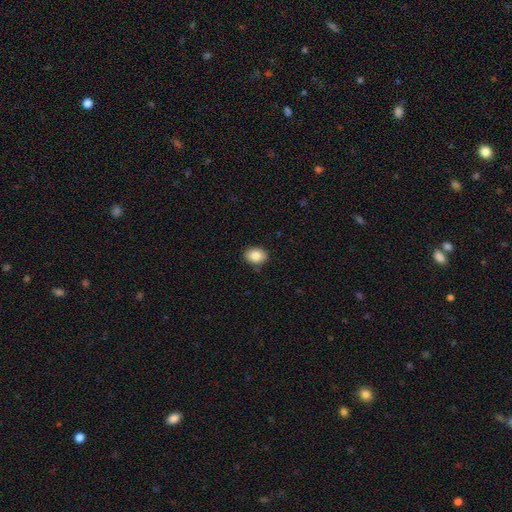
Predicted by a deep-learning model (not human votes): A smooth galaxy with no disk features (87%) that is in between round and cigar-shaped (68%). Merging: none (86%).